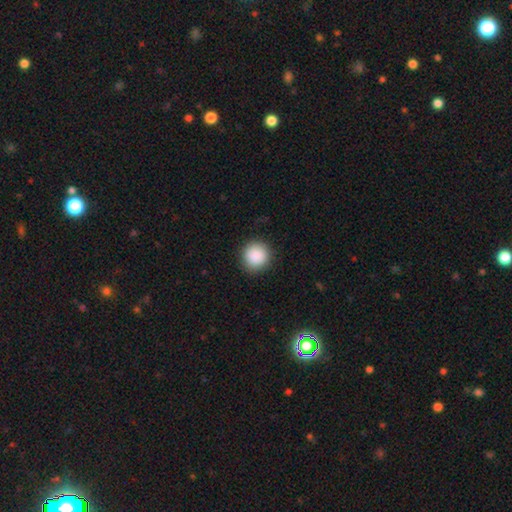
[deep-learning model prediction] Overall: smooth (89%). How rounded: round (93%). Merging: none (90%).